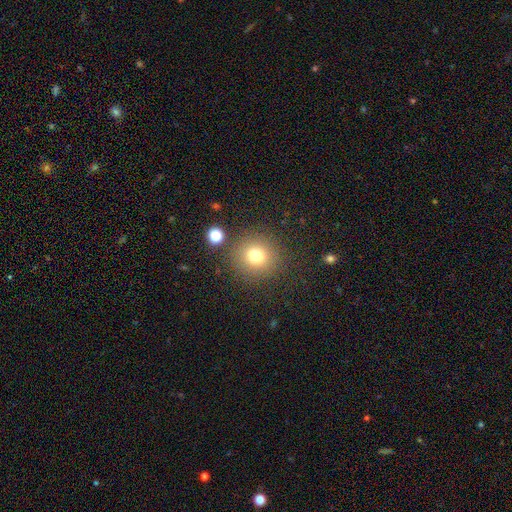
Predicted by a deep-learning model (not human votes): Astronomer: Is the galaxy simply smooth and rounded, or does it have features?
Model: smooth — 76%.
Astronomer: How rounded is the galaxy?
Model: round — 92%.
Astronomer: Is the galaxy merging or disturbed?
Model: none — 85%.